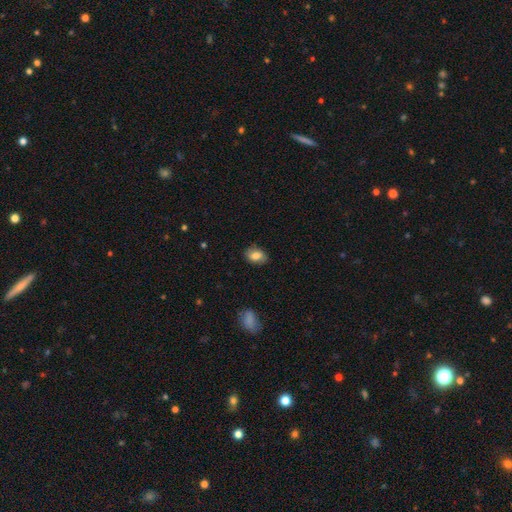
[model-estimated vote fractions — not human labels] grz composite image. It shows a smooth galaxy with no disk features (80%) that is in between round and cigar-shaped (81%). Merging: none (83%).